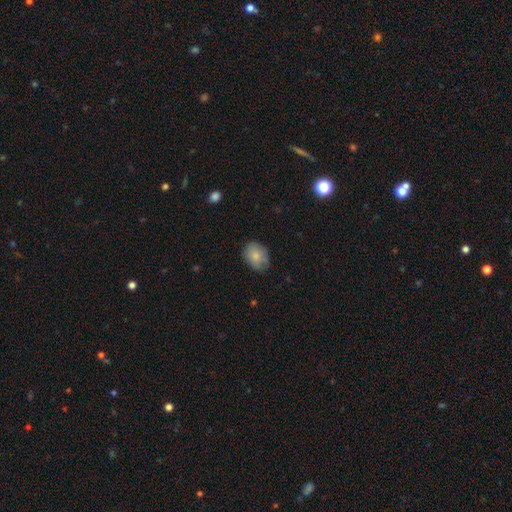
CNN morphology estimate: type=smooth (81%); roundness=in between (59%); merging=none (74%).